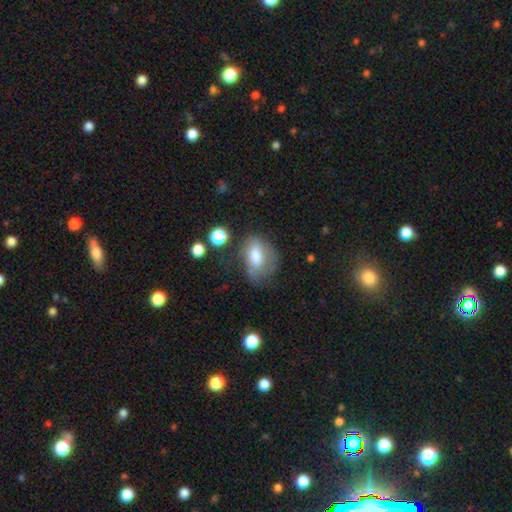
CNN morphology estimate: A smooth galaxy with no disk features (63%) that is in between round and cigar-shaped (82%).

Vote fractions:
- Smooth or featured? smooth: 63% / featured or disk: 27% / star or artifact: 11%
- How rounded? in between: 82% / round: 15% / cigar-shaped: 3%
- Merging? none: 41% / minor disturbance: 31% / major disturbance: 24% / merger: 4%